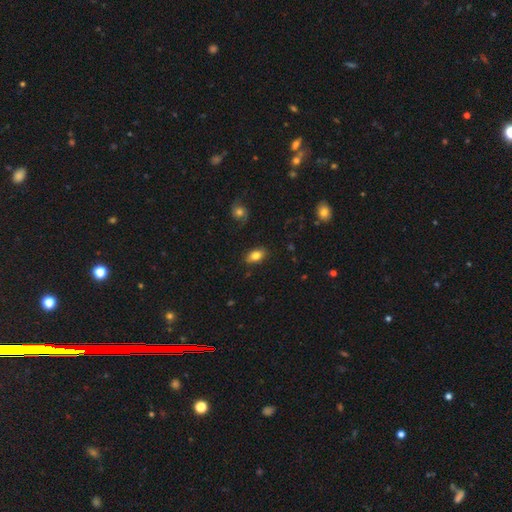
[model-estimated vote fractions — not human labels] smooth 81%, featured or disk 11%, star or artifact 8%. Down the decision tree: how rounded — in between (88%); merging — none (83%).